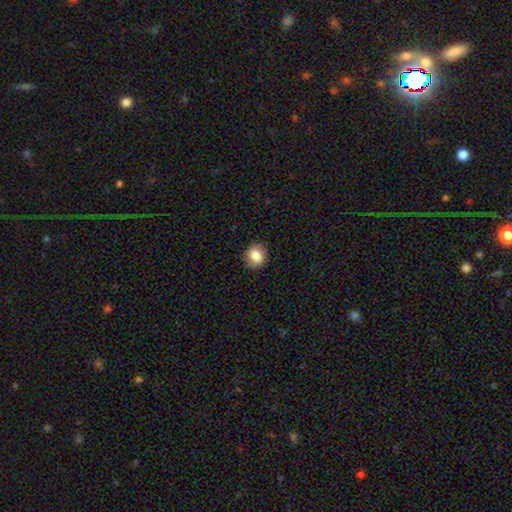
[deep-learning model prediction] Smooth or featured? Predicted: smooth (p=0.84). How rounded? Predicted: round (p=0.69). Merging? Predicted: none (p=0.86).